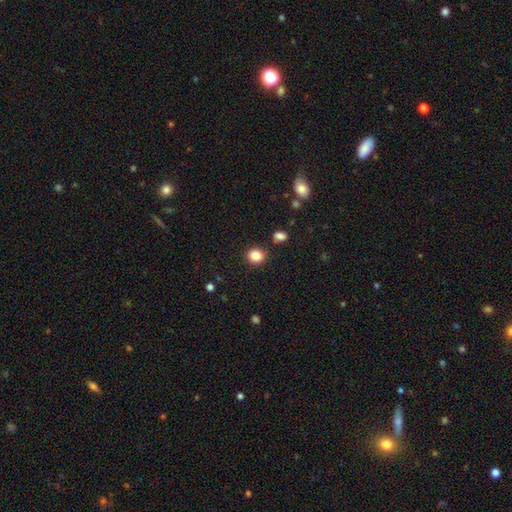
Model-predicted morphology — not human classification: smooth-or-featured: smooth: 85% | star or artifact: 11% | featured or disk: 4%
  how-rounded: round: 81% | in between: 18% | cigar-shaped: 1%
  merging: none: 85% | minor disturbance: 8% | merger: 4% | major disturbance: 3%